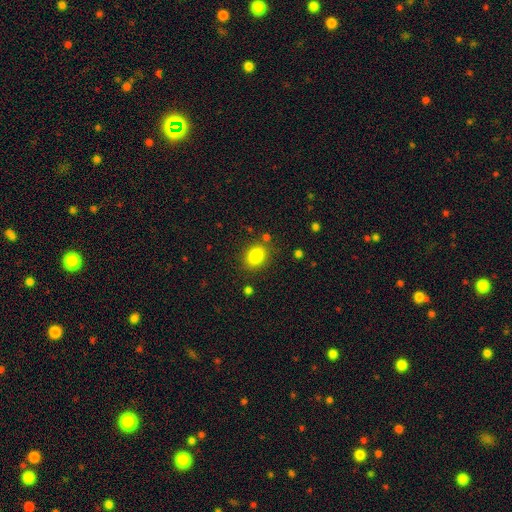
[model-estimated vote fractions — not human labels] A smooth galaxy with no disk features (84%) that is in between round and cigar-shaped (63%).

Vote fractions:
- Smooth or featured? smooth: 84% / star or artifact: 10% / featured or disk: 6%
- How rounded? in between: 63% / round: 36% / cigar-shaped: 1%
- Merging? none: 82% / minor disturbance: 11% / merger: 4% / major disturbance: 4%